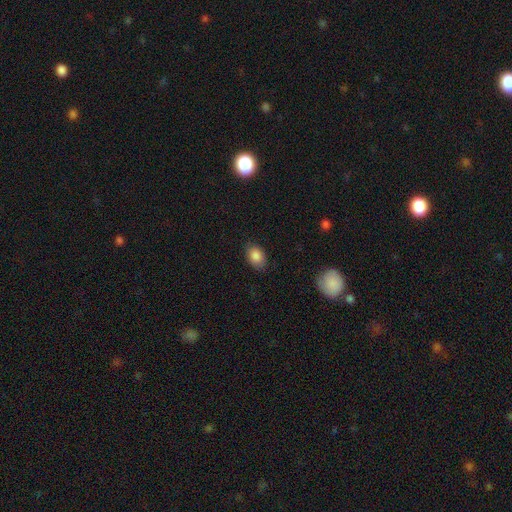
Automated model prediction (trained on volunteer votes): The model was most divided on "how rounded": in between: 84%, round: 15%, cigar-shaped: 1%. More confident: smooth or featured — smooth (86%); merging — none (83%).